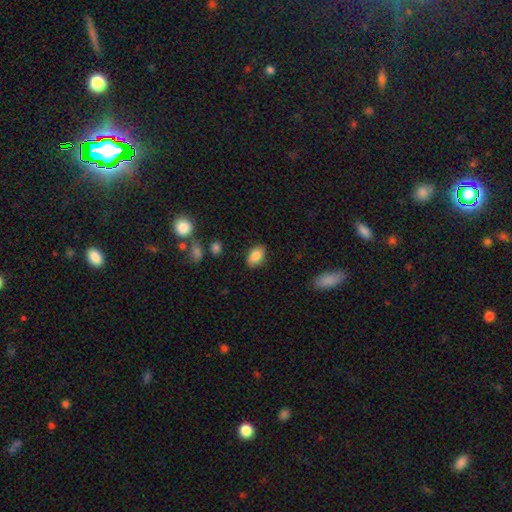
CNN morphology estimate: smooth-or-featured: smooth: 85% | star or artifact: 8% | featured or disk: 7%
  how-rounded: in between: 89% | round: 8% | cigar-shaped: 2%
  merging: none: 82% | minor disturbance: 13% | major disturbance: 3% | merger: 2%